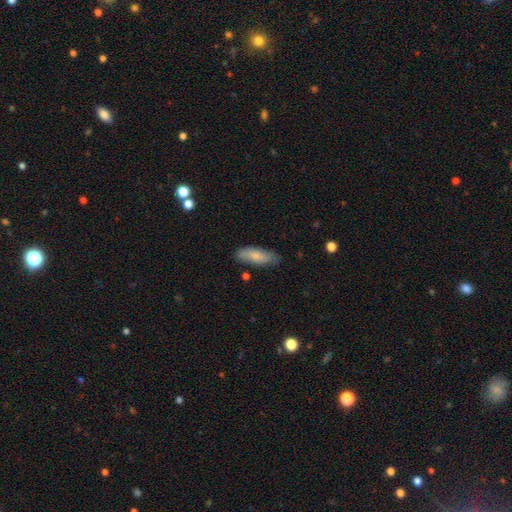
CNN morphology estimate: smooth 78%, featured or disk 16%, star or artifact 6%. Down the decision tree: how rounded — in between (61%); merging — none (75%).